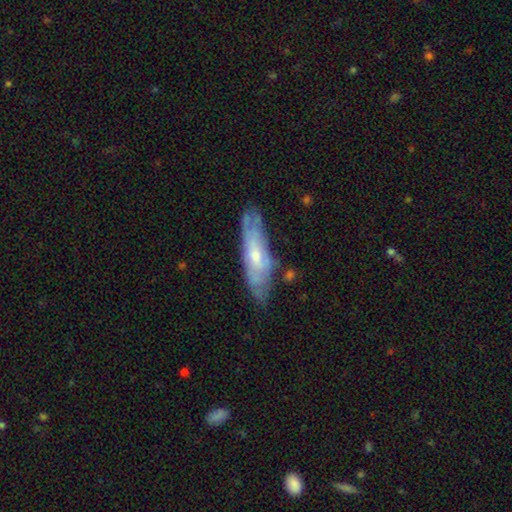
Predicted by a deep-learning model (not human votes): smooth_or_featured: featured or disk (p=0.62) [alt: smooth p=0.32]
disk_edge_on: no (p=0.66) [alt: yes p=0.34]
merging: none (p=0.69) [alt: minor disturbance p=0.22]